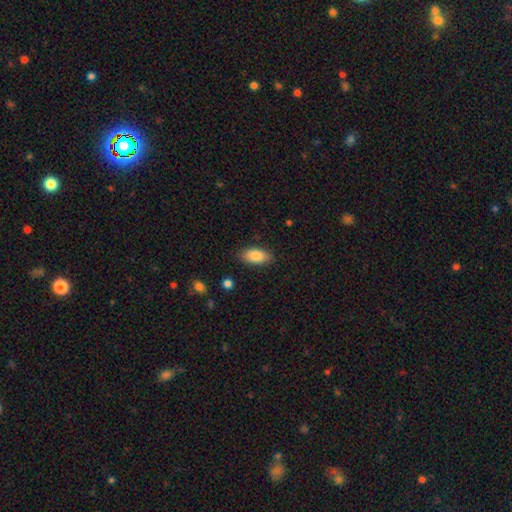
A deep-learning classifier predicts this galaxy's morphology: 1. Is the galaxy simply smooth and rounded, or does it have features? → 85% smooth, 8% featured or disk, 7% star or artifact.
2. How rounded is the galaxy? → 91% in between, 6% cigar-shaped, 3% round.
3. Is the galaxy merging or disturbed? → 85% none, 11% minor disturbance, 2% major disturbance, 1% merger.